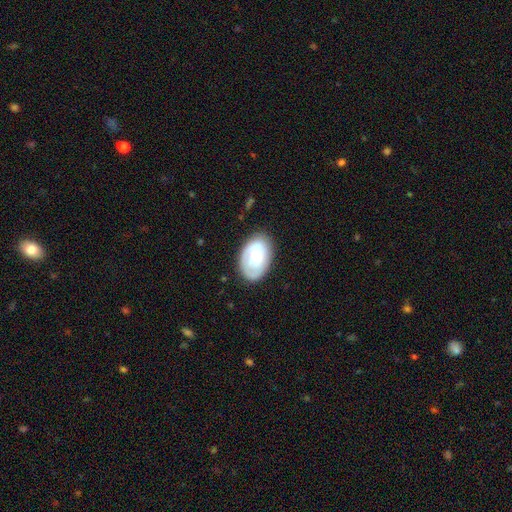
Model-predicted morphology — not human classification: smooth_or_featured: smooth (p=0.50) [alt: featured or disk p=0.44]
how_rounded: in between (p=0.86) [alt: round p=0.13]
merging: none (p=0.73) [alt: minor disturbance p=0.20]